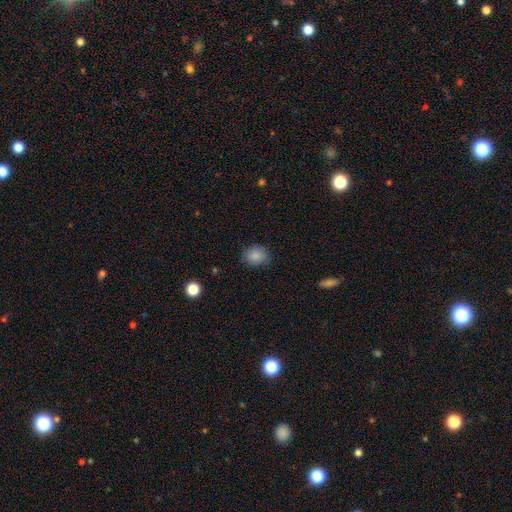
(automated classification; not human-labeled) A smooth galaxy with no disk features (86%) that is round (59%).

Vote fractions:
- Smooth or featured? smooth: 86% / star or artifact: 9% / featured or disk: 5%
- How rounded? round: 59% / in between: 40% / cigar-shaped: 1%
- Merging? none: 77% / minor disturbance: 18% / major disturbance: 4% / merger: 1%